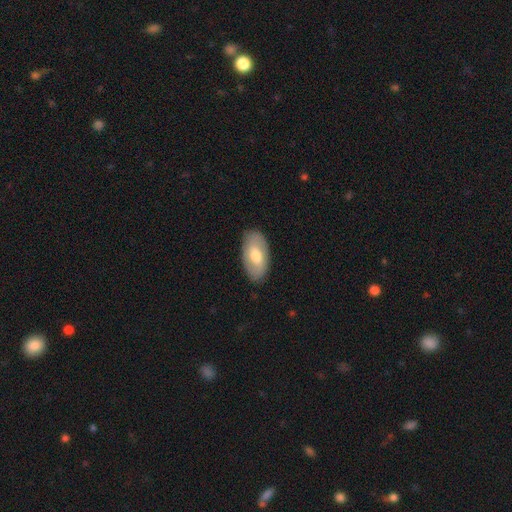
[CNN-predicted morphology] smooth 58%, featured or disk 37%, star or artifact 6%. Down the decision tree: how rounded — in between (94%); merging — none (87%).